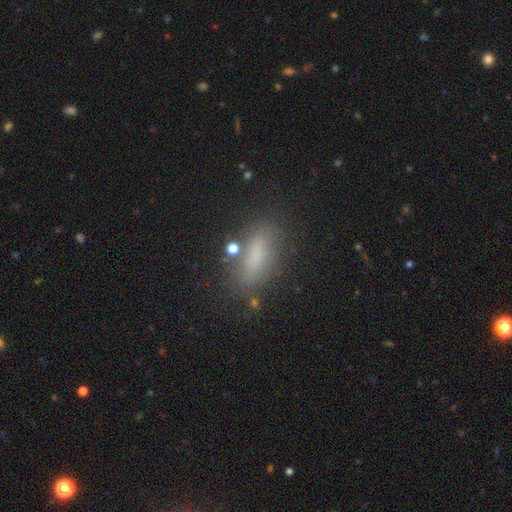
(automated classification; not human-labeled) This appears to be a smooth galaxy with no disk features (74%) that is in between round and cigar-shaped (63%). Merging: none (75%).